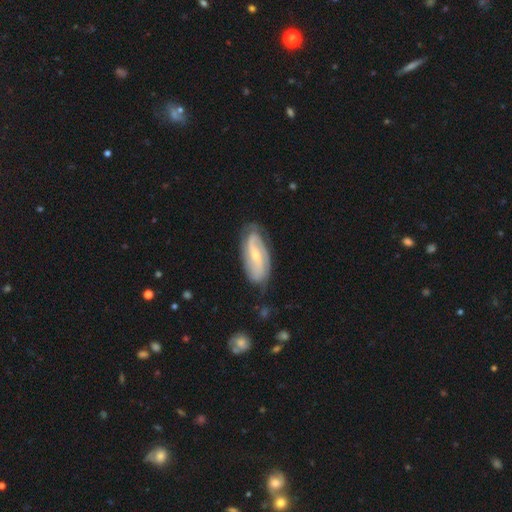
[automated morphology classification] Smooth or featured? featured or disk (79%)
Edge-on disk? no (93%)
Bar? weak (43%)
Spiral arms? yes (94%)
Spiral winding? medium (39%)
Spiral arm count? 2 (73%)
Bulge size? small (61%)
Merging? none (75%)